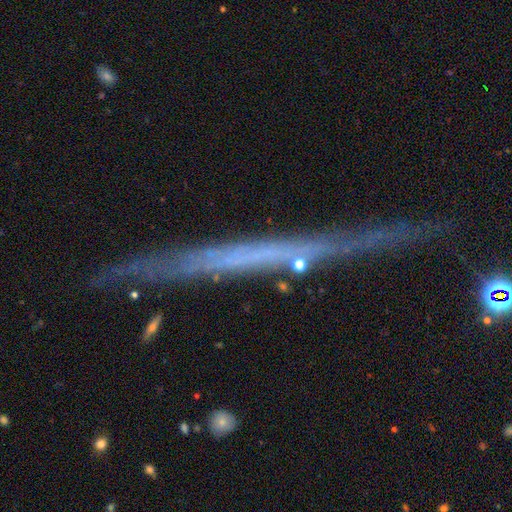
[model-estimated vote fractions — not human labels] The model was most divided on "smooth or featured": featured or disk: 63%, smooth: 23%, star or artifact: 14%. More confident: edge-on disk — yes (94%); edge-on bulge — none (89%); merging — none (84%).